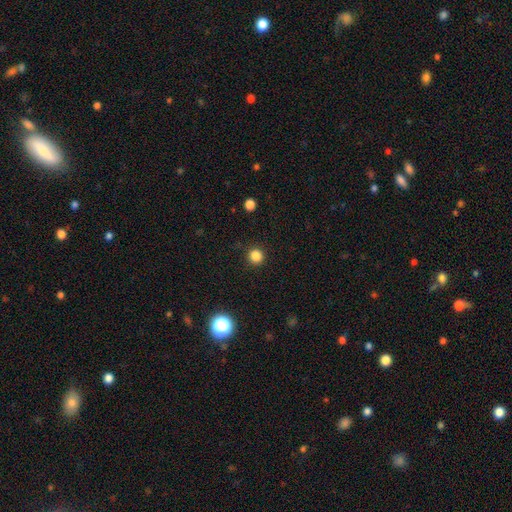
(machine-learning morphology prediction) type=smooth (84%); roundness=round (95%); merging=none (92%).